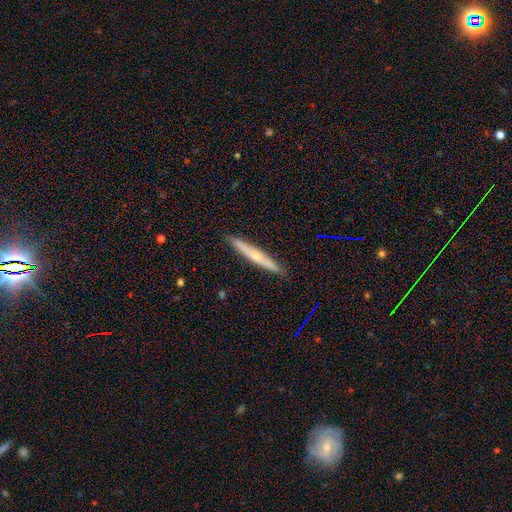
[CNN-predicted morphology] Smooth or featured? featured or disk (56%)
Edge-on disk? yes (94%)
Edge-on bulge? rounded (69%)
Merging? none (89%)